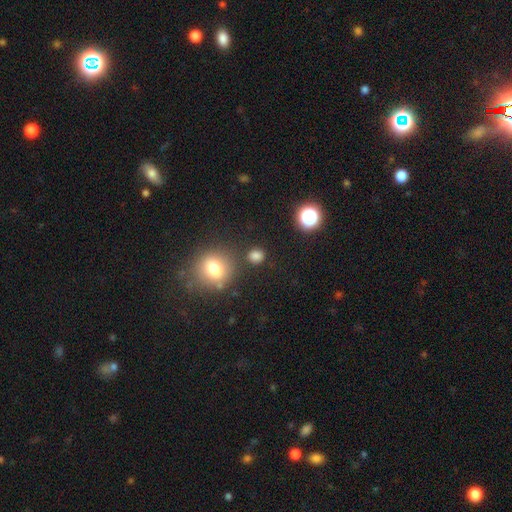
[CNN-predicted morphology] Smooth or featured? smooth (78%)
How rounded? round (78%)
Merging? none (81%)